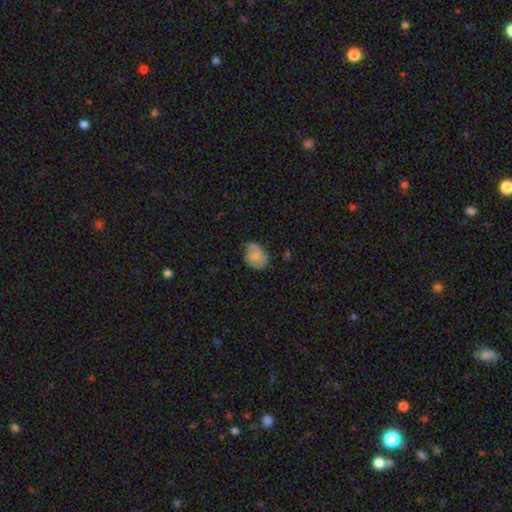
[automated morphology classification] This is likely a smooth galaxy (69%). How rounded: likely in between (69%). Merging: possibly none (54%).